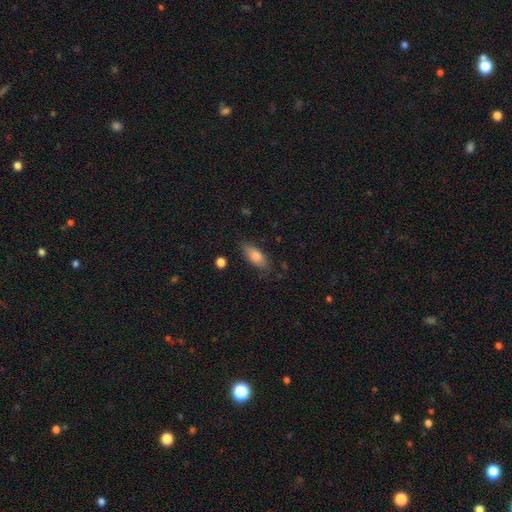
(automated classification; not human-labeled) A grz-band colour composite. It shows a smooth galaxy with no disk features (78%) that is in between round and cigar-shaped (76%). Merging: none (77%).